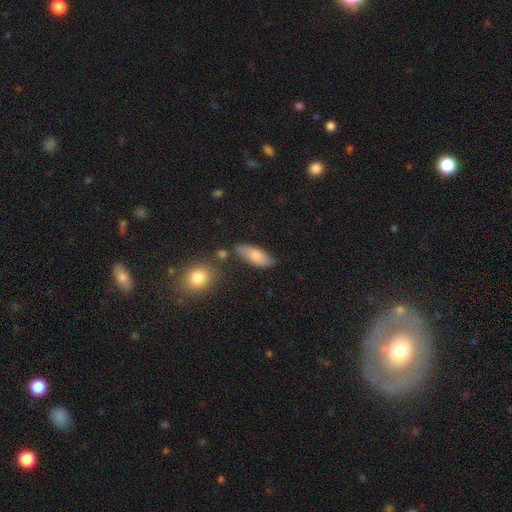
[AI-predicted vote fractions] Q: Smooth or featured?
A: smooth (80%); runner-up: featured or disk (14%)
Q: How rounded?
A: in between (81%); runner-up: cigar-shaped (16%)
Q: Merging?
A: none (72%); runner-up: minor disturbance (17%)